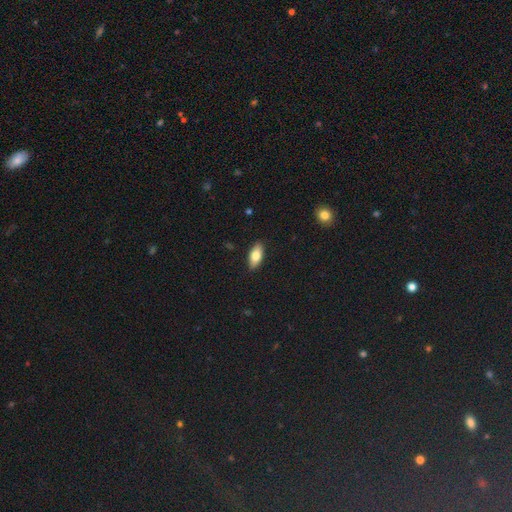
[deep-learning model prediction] Overall: smooth (76%). How rounded: in between (86%). Merging: none (88%).